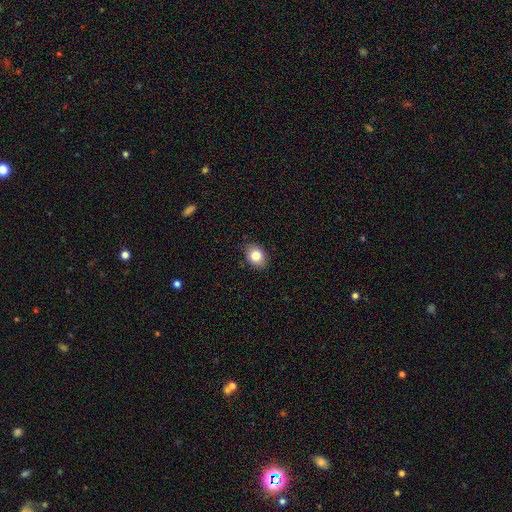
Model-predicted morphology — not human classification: This appears to be a smooth galaxy with no disk features (82%) that is in between round and cigar-shaped (62%). Merging: none (85%).